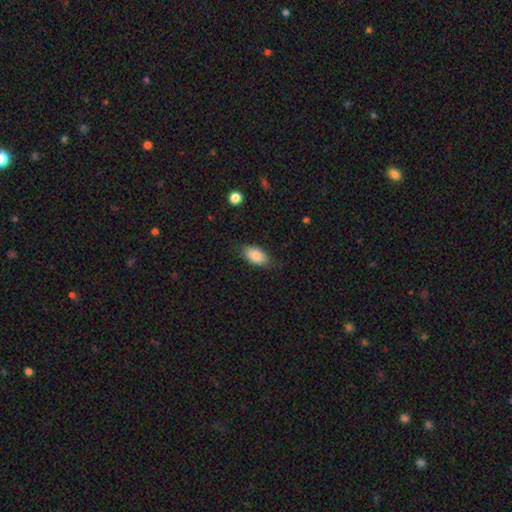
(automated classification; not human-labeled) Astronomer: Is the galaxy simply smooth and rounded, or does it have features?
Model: smooth — 86%.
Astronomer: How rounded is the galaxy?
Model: in between — 92%.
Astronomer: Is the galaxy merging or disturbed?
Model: none — 78%.